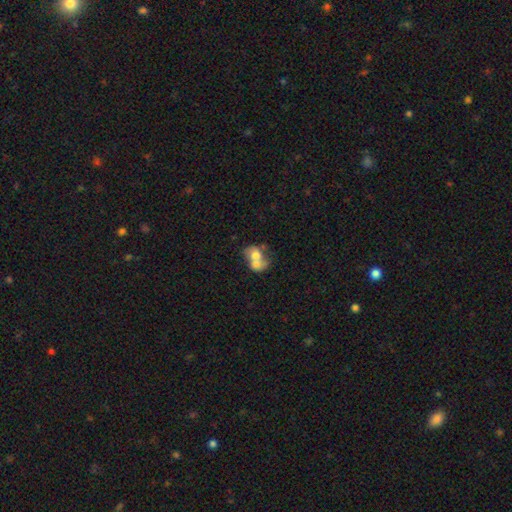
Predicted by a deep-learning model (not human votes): Smooth or featured? Predicted: smooth (p=0.57). How rounded? Predicted: in between (p=0.54). Merging? Predicted: merger (p=0.75).